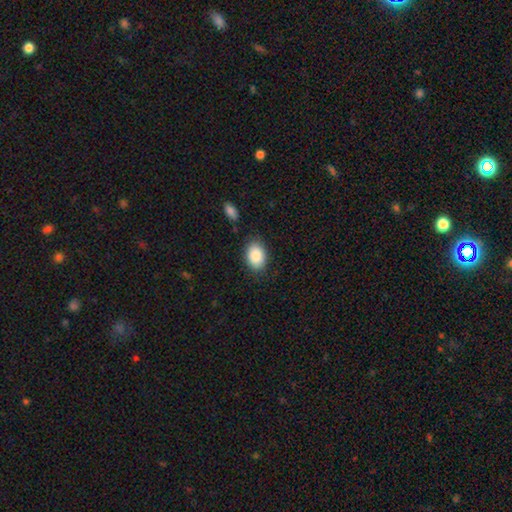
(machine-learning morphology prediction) This appears to be a smooth galaxy with no disk features (88%) that is in between round and cigar-shaped (86%). Merging: none (82%).